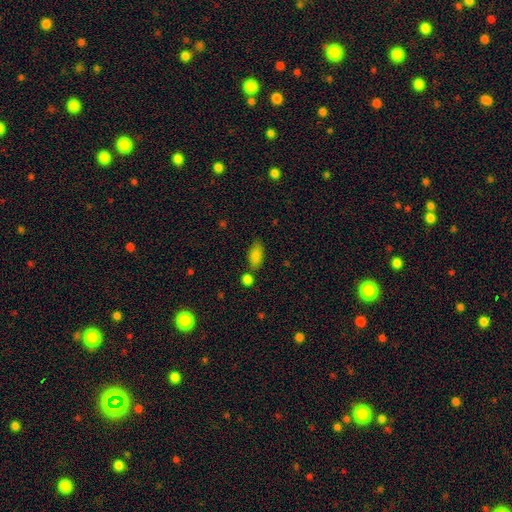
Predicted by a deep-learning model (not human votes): A smooth galaxy with no disk features (85%) that is in between round and cigar-shaped (89%).

Vote fractions:
- Smooth or featured? smooth: 85% / star or artifact: 9% / featured or disk: 5%
- How rounded? in between: 89% / cigar-shaped: 7% / round: 4%
- Merging? none: 66% / minor disturbance: 16% / merger: 14% / major disturbance: 4%